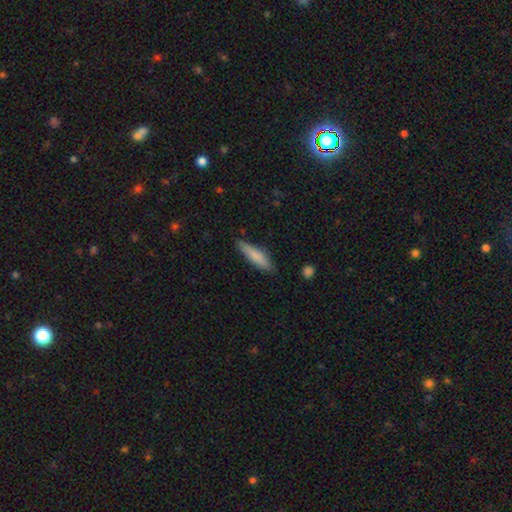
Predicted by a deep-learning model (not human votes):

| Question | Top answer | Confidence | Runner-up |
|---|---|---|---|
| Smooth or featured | smooth | 79% | featured or disk (16%) |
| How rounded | cigar-shaped | 76% | in between (22%) |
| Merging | none | 83% | minor disturbance (14%) |